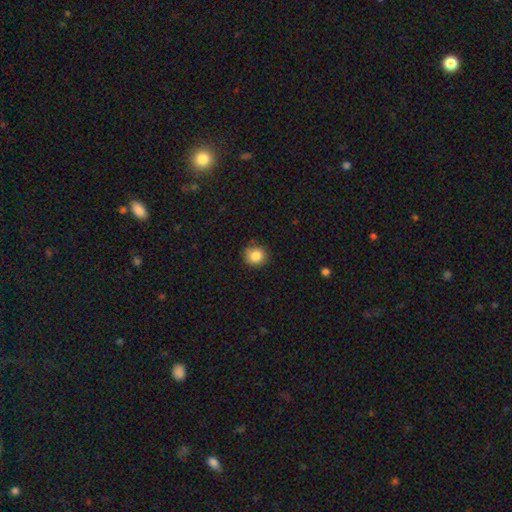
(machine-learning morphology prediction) Smooth or featured: smooth — 83% (star or artifact — 10%)
How rounded: round — 85% (in between — 14%)
Merging: none — 83% (minor disturbance — 13%)